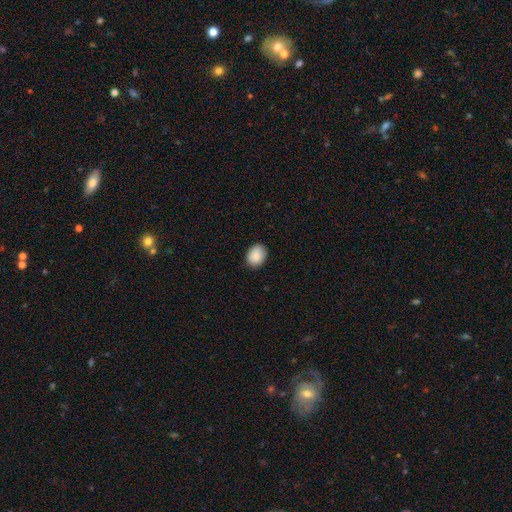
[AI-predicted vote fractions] The model was most divided on "how rounded": in between: 56%, round: 43%, cigar-shaped: 1%. More confident: smooth or featured — smooth (89%); merging — none (87%).